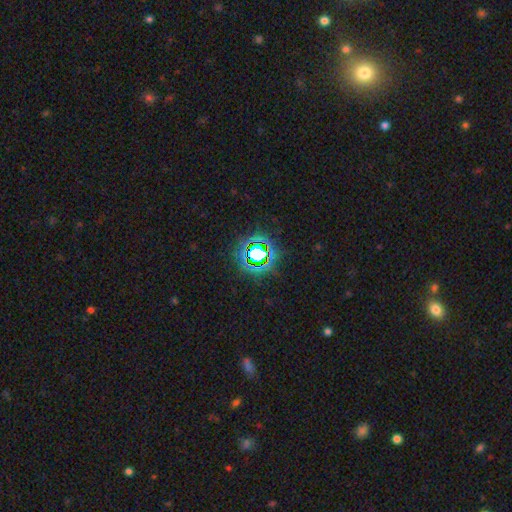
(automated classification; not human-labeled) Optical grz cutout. It shows a star or artifact, not a galaxy (76%).